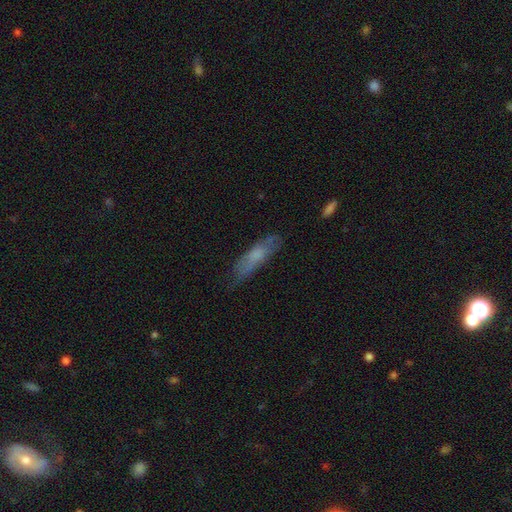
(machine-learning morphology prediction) A smooth galaxy with no disk features (59%) that is cigar-shaped (66%). Merging: none (65%).